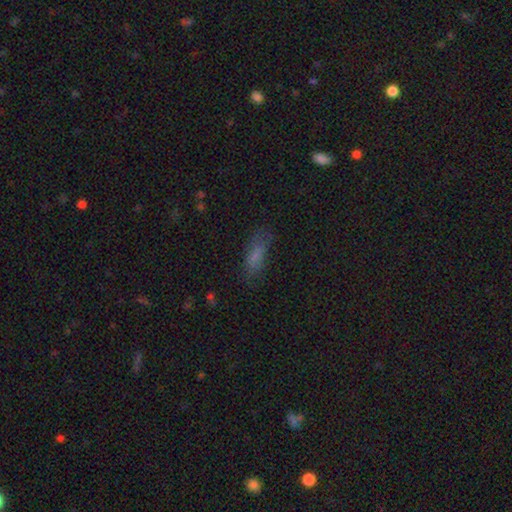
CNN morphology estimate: Smooth or featured? smooth (74%)
How rounded? in between (61%)
Merging? none (66%)